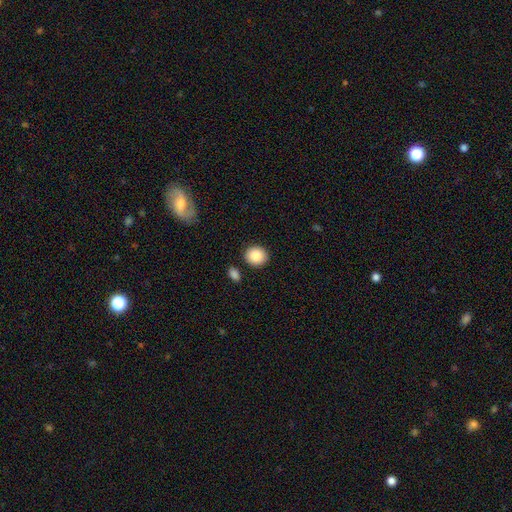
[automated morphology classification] smooth-or-featured: smooth: 89% | star or artifact: 7% | featured or disk: 4%
  how-rounded: round: 78% | in between: 21% | cigar-shaped: 1%
  merging: none: 86% | minor disturbance: 8% | merger: 4% | major disturbance: 2%